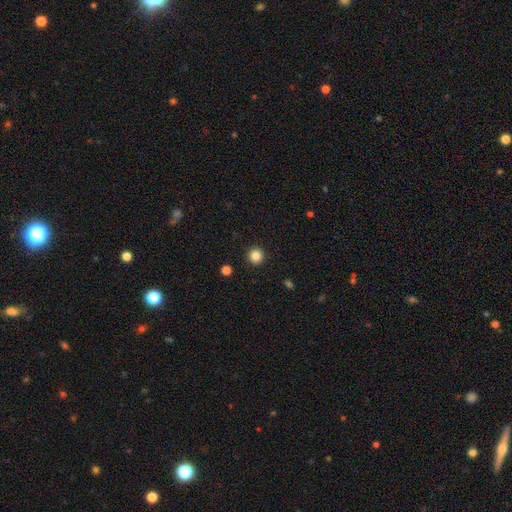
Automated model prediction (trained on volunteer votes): Smooth or featured: smooth — 85% (star or artifact — 11%)
How rounded: round — 95% (in between — 4%)
Merging: none — 93% (minor disturbance — 4%)